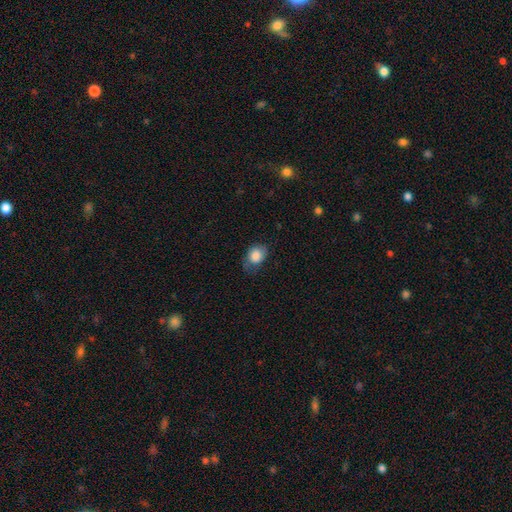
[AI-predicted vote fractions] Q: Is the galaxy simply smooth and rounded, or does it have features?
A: smooth — 80%.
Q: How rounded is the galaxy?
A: in between — 59%.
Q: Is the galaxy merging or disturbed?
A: none — 54%.